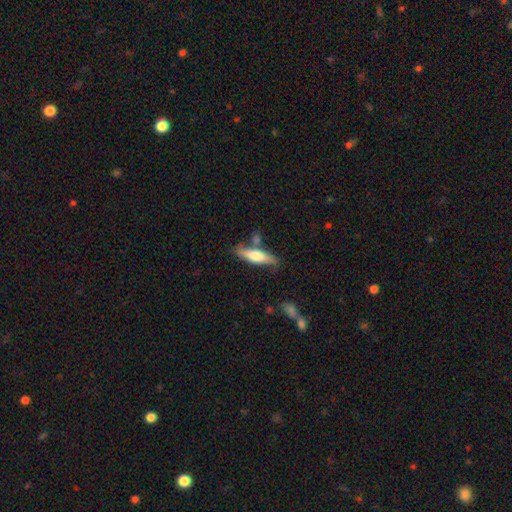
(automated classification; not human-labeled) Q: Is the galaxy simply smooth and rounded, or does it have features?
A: smooth — 58%.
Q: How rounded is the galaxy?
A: cigar-shaped — 72%.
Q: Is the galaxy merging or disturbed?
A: none — 69%.